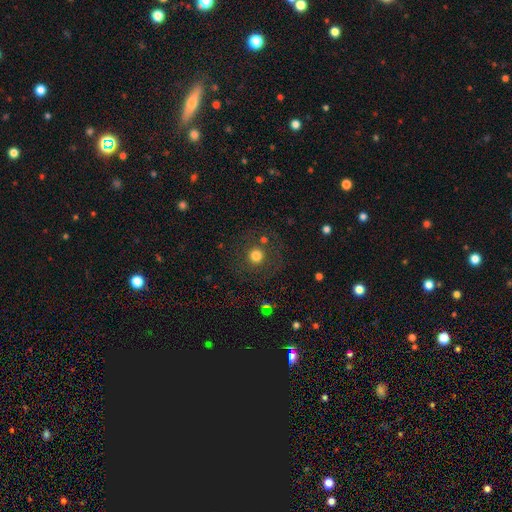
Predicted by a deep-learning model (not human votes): Smooth or featured? Predicted: smooth (p=0.73). How rounded? Predicted: round (p=0.94). Merging? Predicted: none (p=0.80).